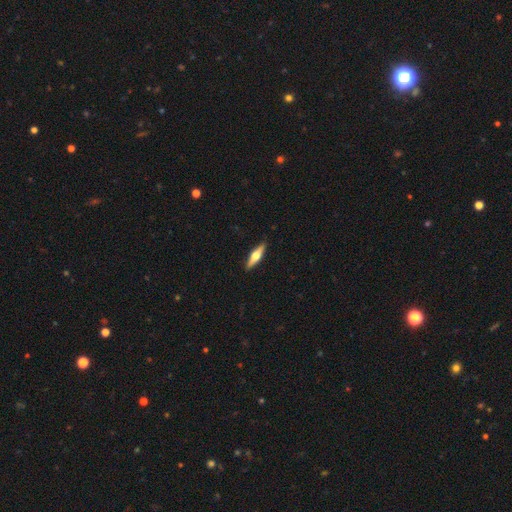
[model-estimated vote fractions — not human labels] Smooth or featured? featured or disk (60%)
Edge-on disk? yes (96%)
Edge-on bulge? rounded (94%)
Merging? none (91%)